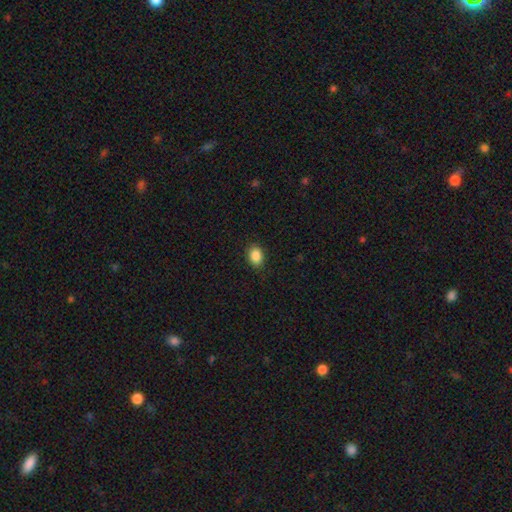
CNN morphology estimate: Smooth or featured? smooth (88%)
How rounded? in between (75%)
Merging? none (87%)